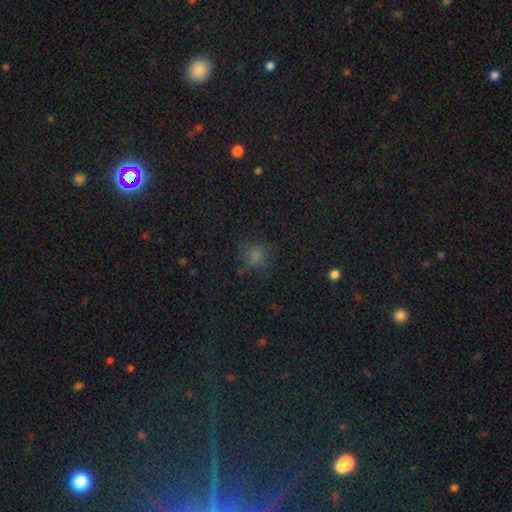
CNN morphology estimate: Smooth or featured: smooth — 68% (star or artifact — 24%)
How rounded: round — 73% (in between — 25%)
Merging: none — 70% (minor disturbance — 18%)